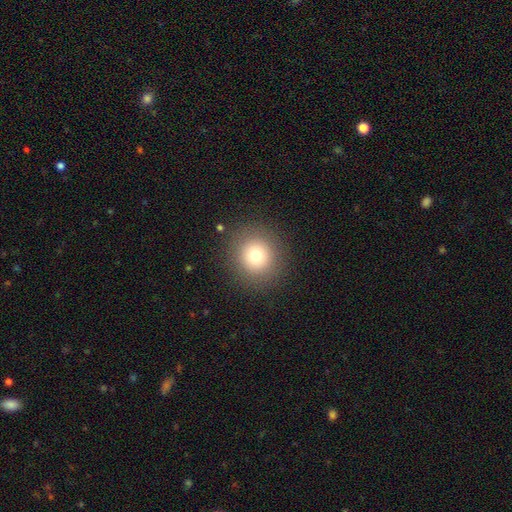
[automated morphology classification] A smooth galaxy with no disk features (76%) that is round (91%).

Vote fractions:
- Smooth or featured? smooth: 76% / star or artifact: 13% / featured or disk: 11%
- How rounded? round: 91% / in between: 8% / cigar-shaped: 1%
- Merging? none: 89% / minor disturbance: 7% / major disturbance: 3% / merger: 1%